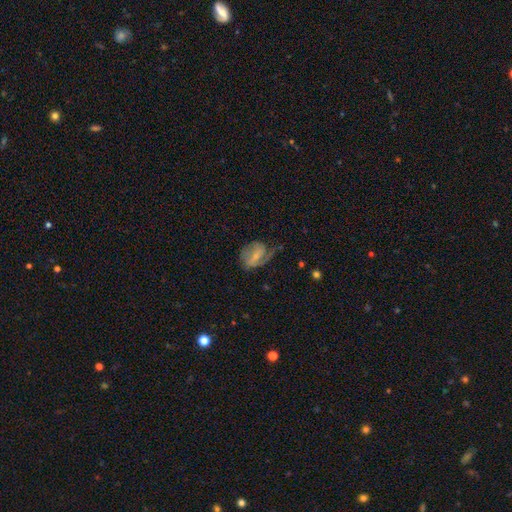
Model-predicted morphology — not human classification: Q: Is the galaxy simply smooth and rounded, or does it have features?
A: featured or disk — 65%.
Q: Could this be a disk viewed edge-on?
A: no — 97%.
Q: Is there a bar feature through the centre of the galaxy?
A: weak — 47%.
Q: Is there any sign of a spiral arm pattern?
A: yes — 83%.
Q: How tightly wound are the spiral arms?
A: medium — 42%.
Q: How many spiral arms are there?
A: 2 — 44%.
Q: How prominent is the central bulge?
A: small — 54%.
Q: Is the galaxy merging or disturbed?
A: none — 42%.